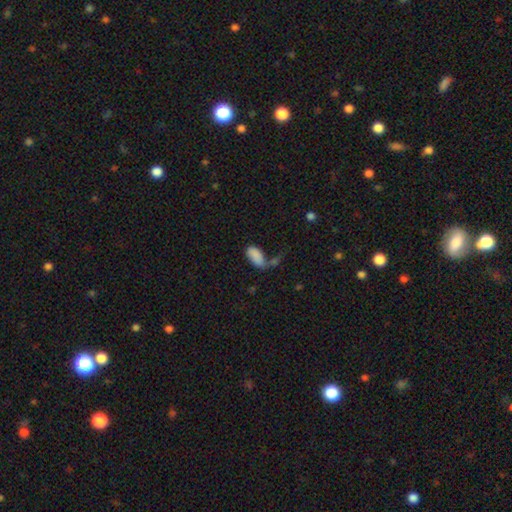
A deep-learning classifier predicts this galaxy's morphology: This appears to be a smooth galaxy with no disk features (84%) that is in between round and cigar-shaped (92%). Merging: none (39%).